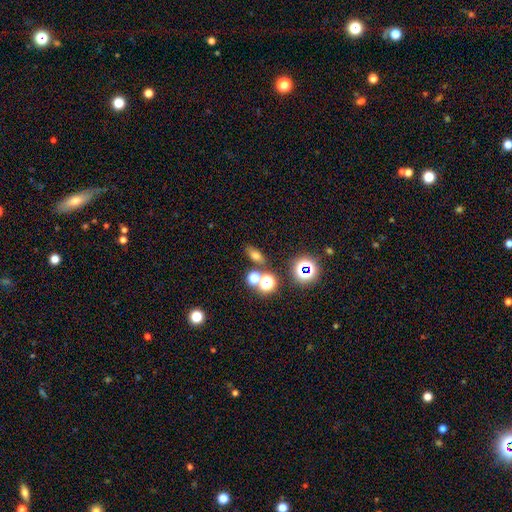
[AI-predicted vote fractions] This is likely a smooth galaxy (61%). How rounded: likely in between (65%). Merging: likely none (72%).